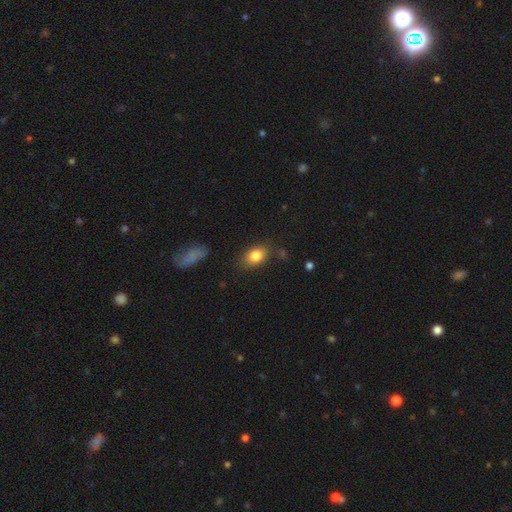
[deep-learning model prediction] Smooth or featured? smooth (83%)
How rounded? in between (77%)
Merging? none (75%)